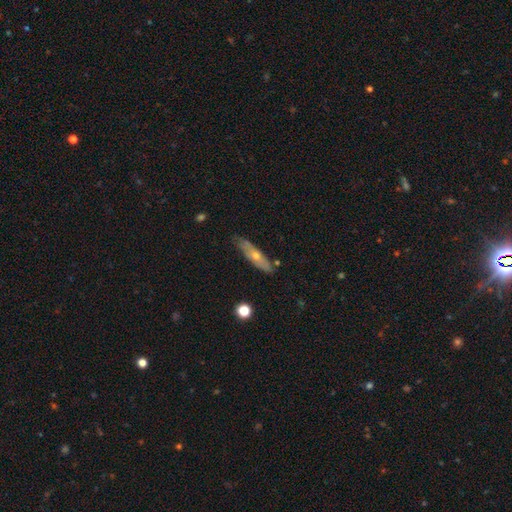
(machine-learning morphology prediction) This is possibly a featured or disk galaxy (54%). It is possibly viewed edge-on (58%). Merging: likely none (78%).